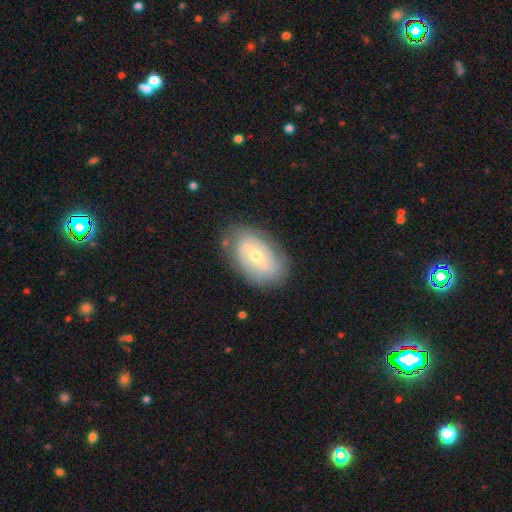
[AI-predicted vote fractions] Morphology: type=featured or disk (63%); edge-on=no (93%); bar=weak (45%); spiral arms=yes (66%); bulge=moderate (52%); merging=none (77%).